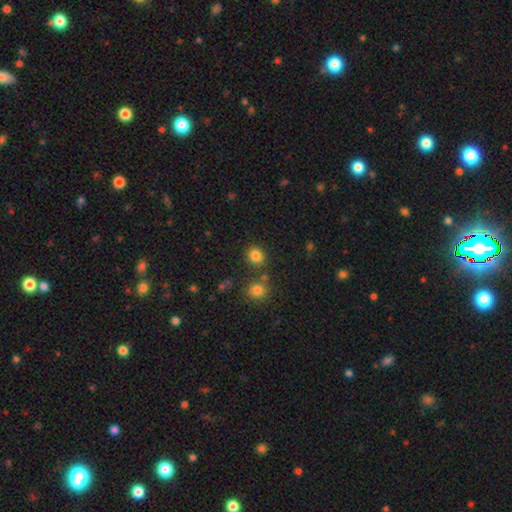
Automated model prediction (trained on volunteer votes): A smooth galaxy with no disk features (83%) that is round (77%). Merging: none (82%).